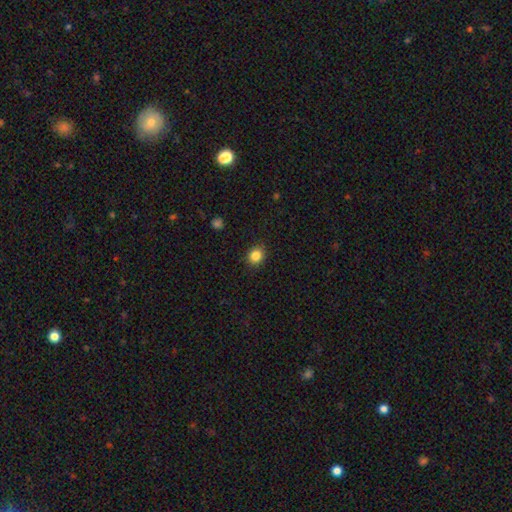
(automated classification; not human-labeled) Smooth or featured? smooth (84%)
How rounded? round (76%)
Merging? none (88%)